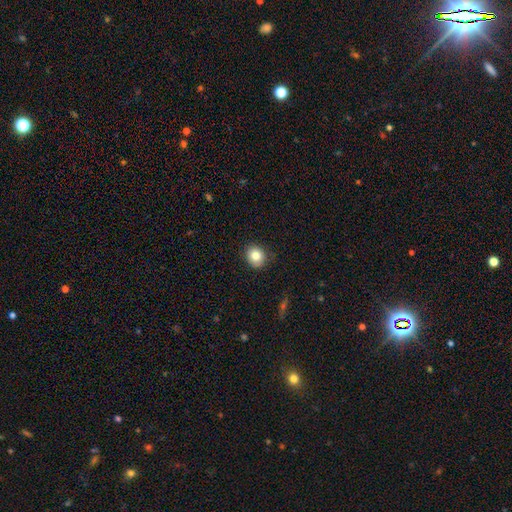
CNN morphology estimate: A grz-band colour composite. It shows a smooth galaxy with no disk features (81%) that is round (73%). Merging: none (87%).